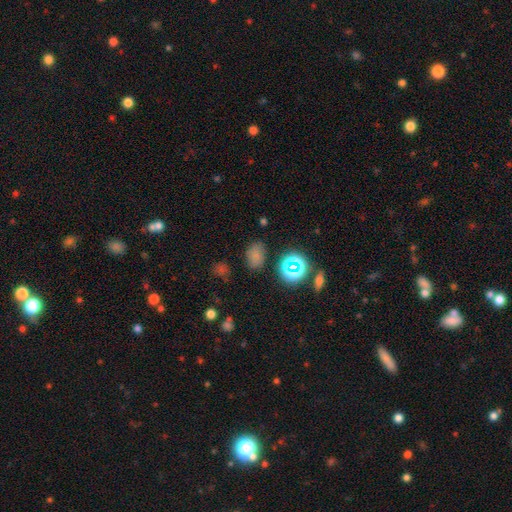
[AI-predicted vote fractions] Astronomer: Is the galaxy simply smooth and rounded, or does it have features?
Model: smooth — 69%.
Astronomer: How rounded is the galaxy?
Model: in between — 74%.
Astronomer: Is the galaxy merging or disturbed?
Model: none — 72%.